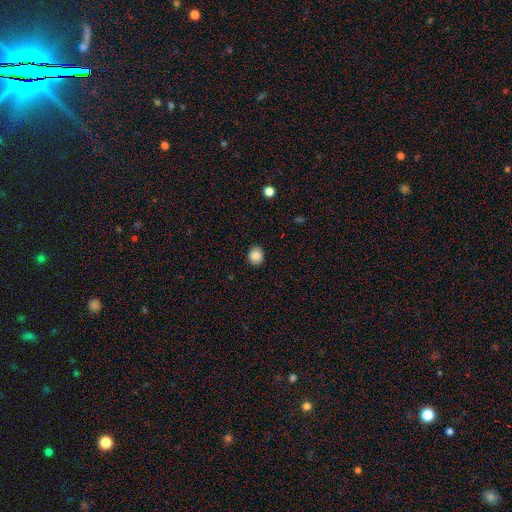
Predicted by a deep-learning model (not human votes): Smooth or featured?
  - smooth: 85% *
  - star or artifact: 9%
  - featured or disk: 6%
How rounded?
  - round: 77% *
  - in between: 22%
  - cigar-shaped: 1%
Merging?
  - none: 89% *
  - minor disturbance: 8%
  - major disturbance: 2%
  - merger: 1%